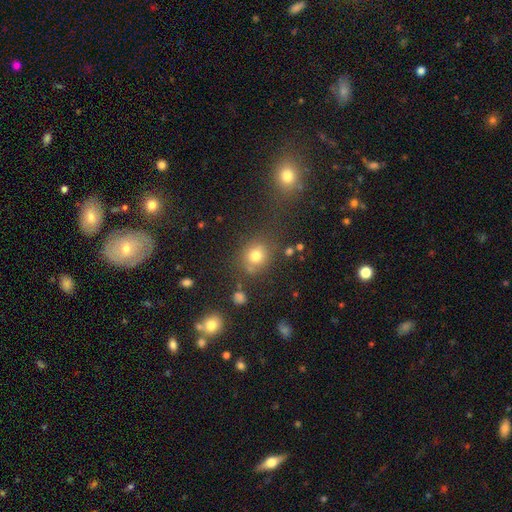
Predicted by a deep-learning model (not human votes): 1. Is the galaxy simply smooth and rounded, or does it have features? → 74% smooth, 16% star or artifact, 9% featured or disk.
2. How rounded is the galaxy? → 74% round, 25% in between, 1% cigar-shaped.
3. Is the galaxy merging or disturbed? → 71% none, 15% minor disturbance, 8% merger, 7% major disturbance.